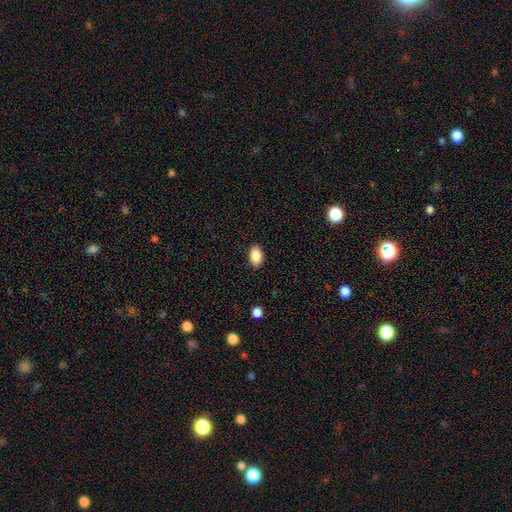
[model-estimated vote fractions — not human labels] A smooth galaxy with no disk features (87%) that is in between round and cigar-shaped (91%).

Vote fractions:
- Smooth or featured? smooth: 87% / star or artifact: 8% / featured or disk: 5%
- How rounded? in between: 91% / round: 8% / cigar-shaped: 1%
- Merging? none: 88% / minor disturbance: 9% / major disturbance: 2% / merger: 1%